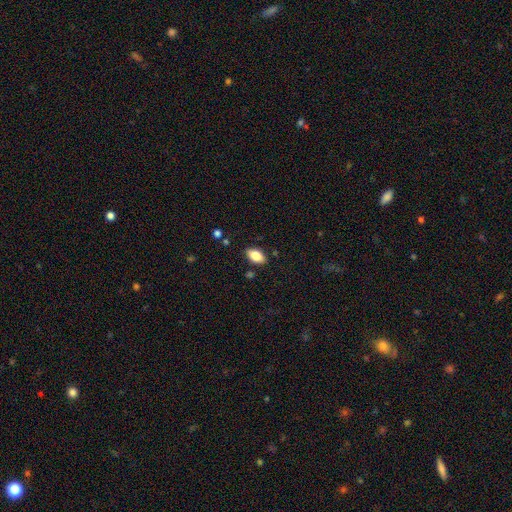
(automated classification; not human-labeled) Overall: smooth (83%). How rounded: in between (92%). Merging: none (85%).